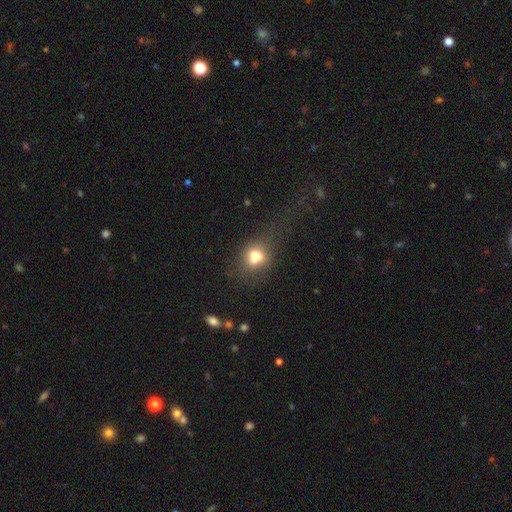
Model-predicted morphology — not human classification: Smooth or featured? smooth (67%)
How rounded? round (58%)
Merging? none (37%)